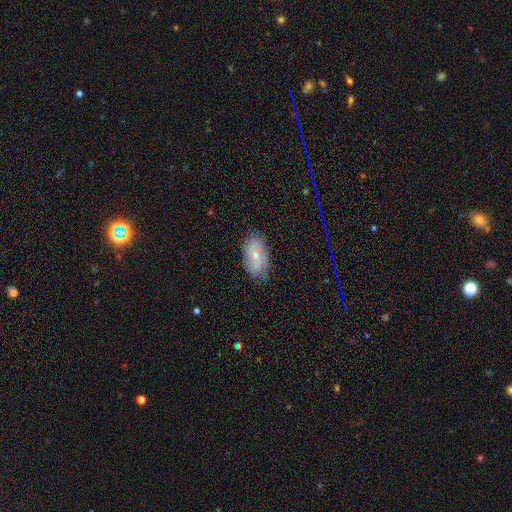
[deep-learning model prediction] featured or disk 53%, smooth 37%, star or artifact 10%. Down the decision tree: edge-on disk — no (92%); merging — none (75%).